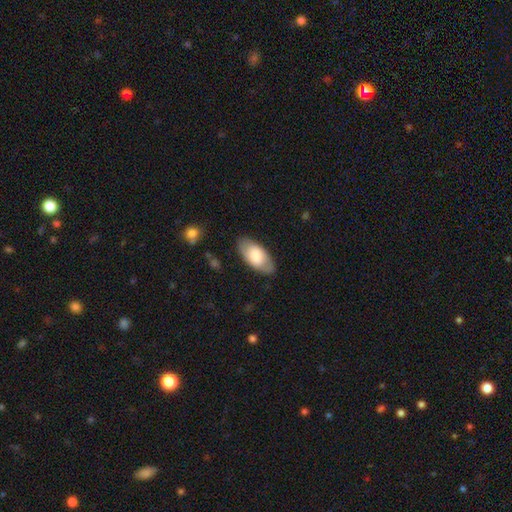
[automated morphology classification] smooth 76%, featured or disk 18%, star or artifact 6%. Down the decision tree: how rounded — in between (93%); merging — none (82%).